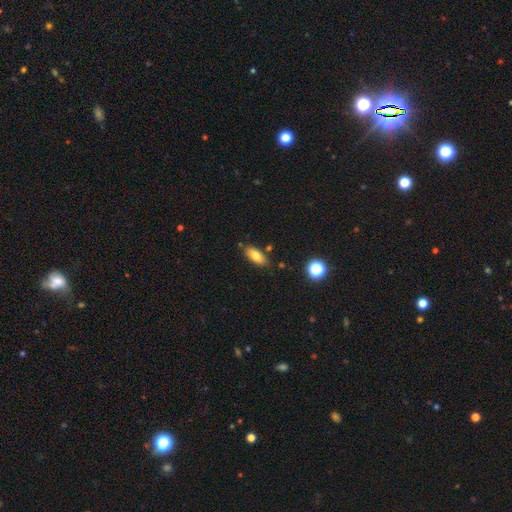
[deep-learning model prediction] This appears to be a smooth galaxy with no disk features (77%) that is in between round and cigar-shaped (83%). Merging: none (80%).